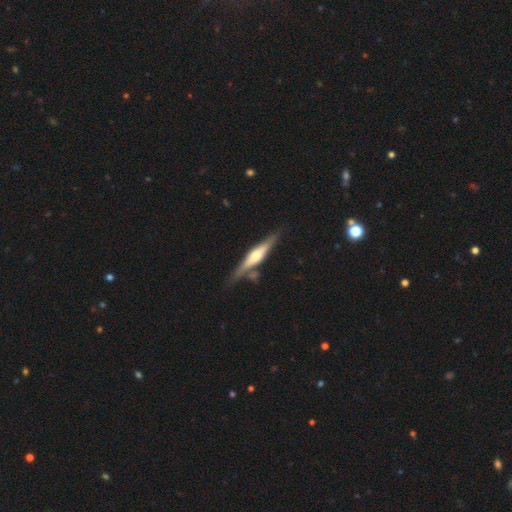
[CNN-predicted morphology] The model was most divided on "smooth or featured": featured or disk: 69%, smooth: 26%, star or artifact: 5%. More confident: edge-on disk — yes (95%); edge-on bulge — rounded (85%); merging — none (72%).